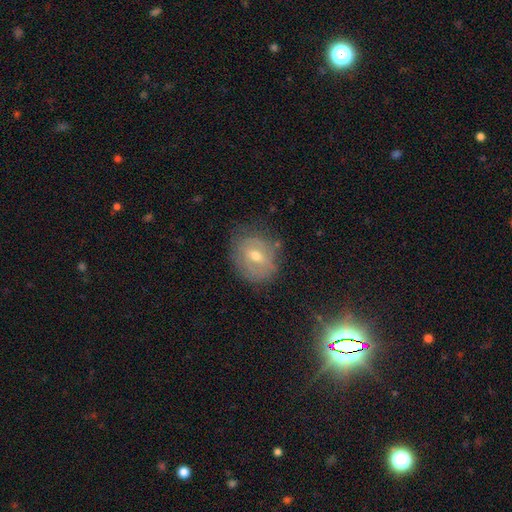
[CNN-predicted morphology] smooth-or-featured: featured or disk: 52% | smooth: 35% | star or artifact: 13%
  disk-edge-on: no: 93% | yes: 7%
  merging: none: 72% | minor disturbance: 20% | major disturbance: 7% | merger: 2%